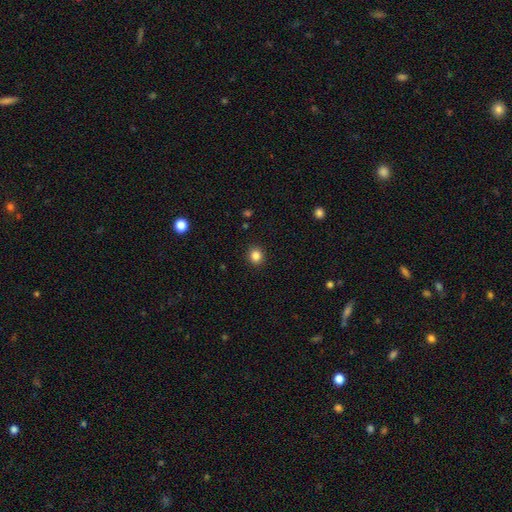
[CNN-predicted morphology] Overall: smooth (84%). How rounded: round (86%). Merging: none (91%).